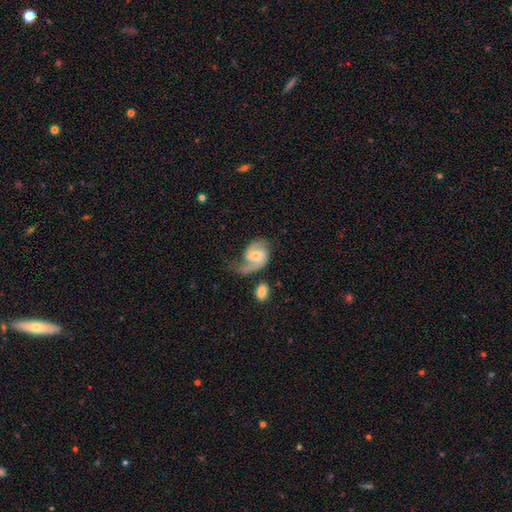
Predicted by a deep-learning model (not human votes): Overall: featured or disk (75%). Edge-on disk: no (97%). Bar: weak (46%; no 37%). Spiral arms: yes (91%). Spiral arm count: 2 (67%). Spiral winding: loose (45%; medium 41%). Bulge size: small (47%; moderate 45%). Merging: none (37%; major disturbance 30%).